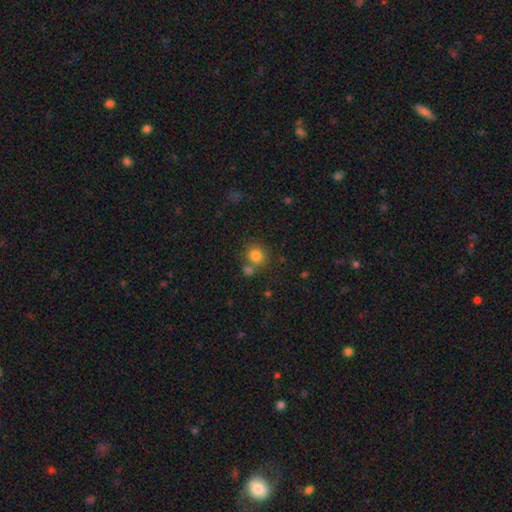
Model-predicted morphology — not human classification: smooth 82%, star or artifact 11%, featured or disk 7%. Down the decision tree: how rounded — round (84%); merging — none (64%).